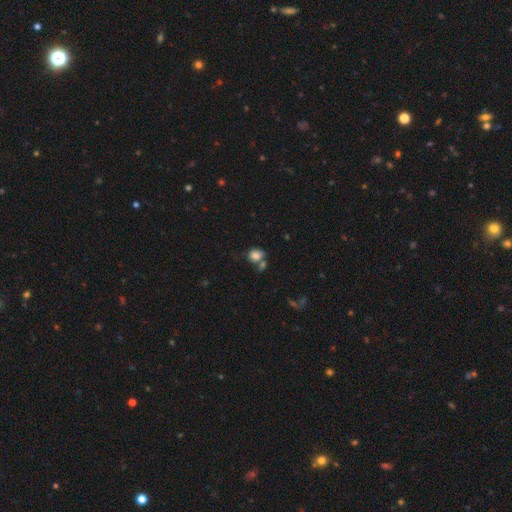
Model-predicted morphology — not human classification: This is clearly a smooth galaxy (81%). How rounded: likely round (67%). Merging: possibly none (47%).